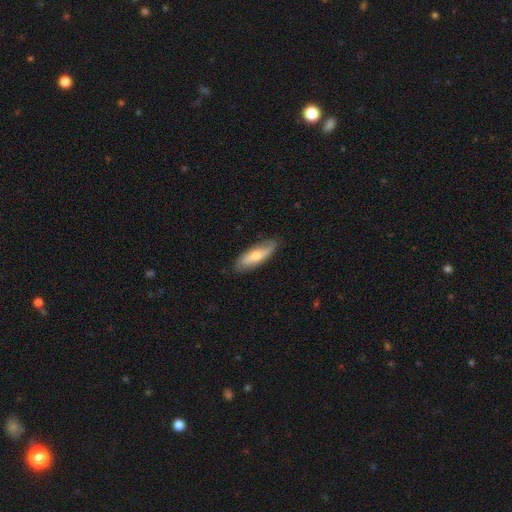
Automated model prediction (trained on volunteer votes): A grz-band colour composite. It shows a smooth galaxy with no disk features (52%) that is in between round and cigar-shaped (61%). Merging: none (80%).